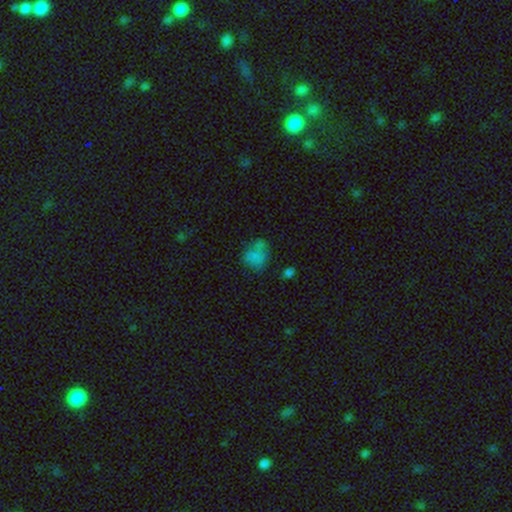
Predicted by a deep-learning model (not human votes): Smooth or featured?
  - smooth: 74% *
  - star or artifact: 13%
  - featured or disk: 12%
How rounded?
  - round: 60% *
  - in between: 38%
  - cigar-shaped: 1%
Merging?
  - none: 47% *
  - minor disturbance: 23%
  - merger: 18%
  - major disturbance: 12%